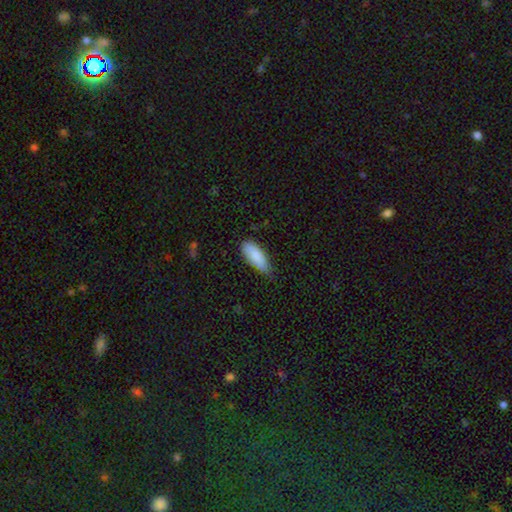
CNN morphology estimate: Q: Smooth or featured?
A: smooth (86%); runner-up: featured or disk (8%)
Q: How rounded?
A: in between (79%); runner-up: cigar-shaped (19%)
Q: Merging?
A: none (60%); runner-up: minor disturbance (34%)